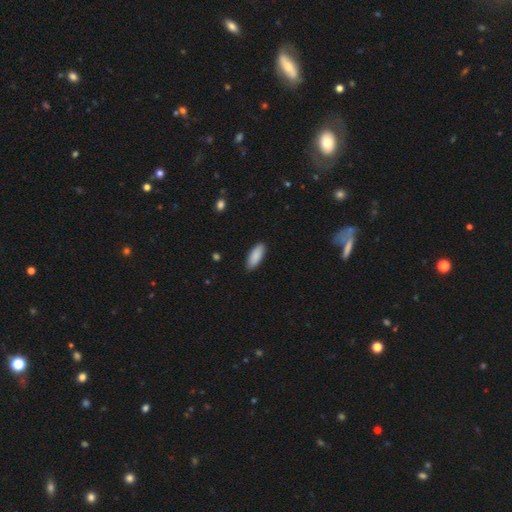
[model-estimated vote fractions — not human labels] Smooth or featured? Predicted: smooth (p=0.90). How rounded? Predicted: in between (p=0.77). Merging? Predicted: none (p=0.88).